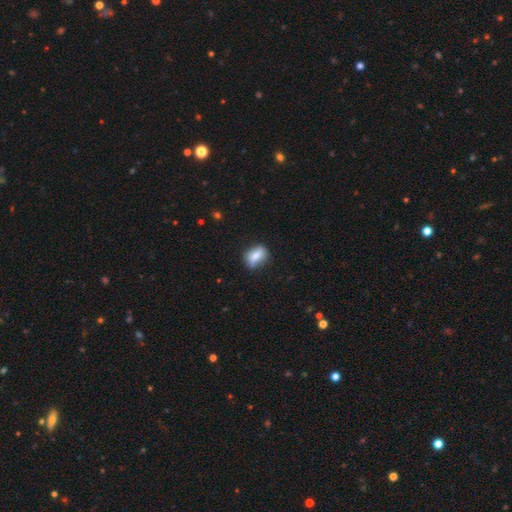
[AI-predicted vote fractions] Smooth or featured? Predicted: smooth (p=0.75). How rounded? Predicted: in between (p=0.75). Merging? Predicted: none (p=0.66).